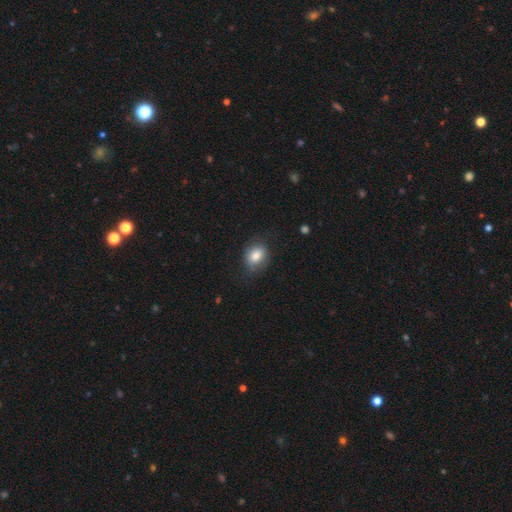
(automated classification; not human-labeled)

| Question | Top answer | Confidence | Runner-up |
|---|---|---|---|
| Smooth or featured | smooth | 80% | featured or disk (12%) |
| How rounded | in between | 61% | round (38%) |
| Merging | none | 73% | minor disturbance (20%) |